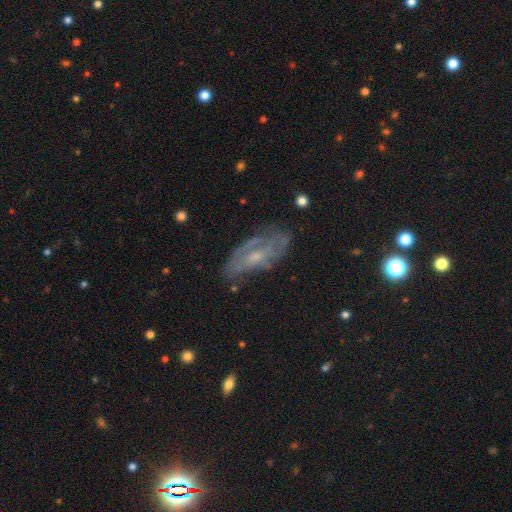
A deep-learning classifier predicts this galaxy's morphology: This is likely a featured or disk galaxy (65%). It is clearly not viewed edge-on (88%). Bar: possibly no (51%). Spiral arm pattern: likely yes (69%). Central bulge: possibly small (53%). Merging: likely none (65%).